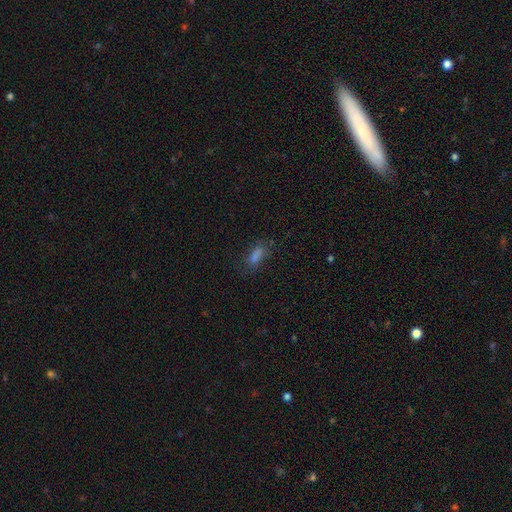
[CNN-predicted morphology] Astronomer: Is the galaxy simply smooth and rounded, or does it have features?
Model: smooth — 65%.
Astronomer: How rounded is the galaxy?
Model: in between — 66%.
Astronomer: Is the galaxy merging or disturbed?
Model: none — 65%.